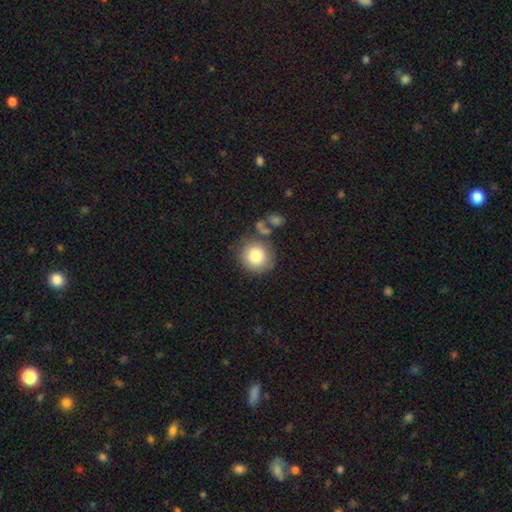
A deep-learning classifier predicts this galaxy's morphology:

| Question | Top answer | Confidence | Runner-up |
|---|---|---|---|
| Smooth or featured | smooth | 82% | featured or disk (9%) |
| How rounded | round | 92% | in between (7%) |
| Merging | none | 75% | minor disturbance (13%) |